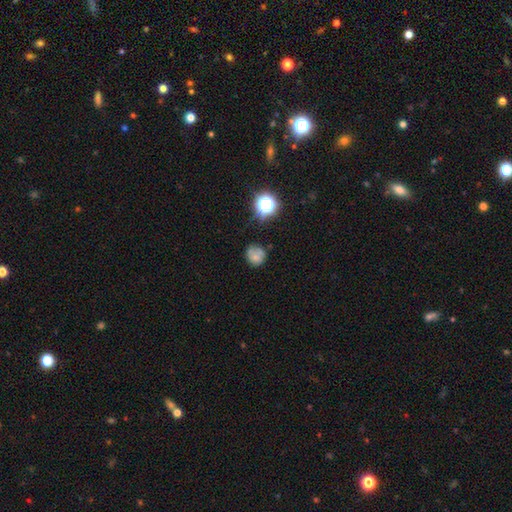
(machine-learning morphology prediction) Smooth or featured? smooth (60%)
How rounded? round (79%)
Merging? none (50%)